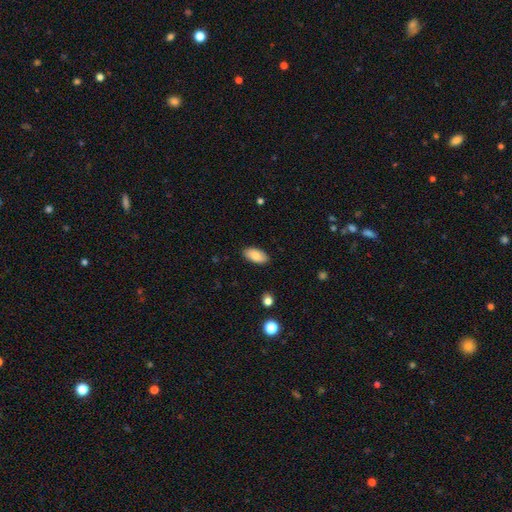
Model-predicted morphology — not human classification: This appears to be a smooth galaxy with no disk features (86%) that is in between round and cigar-shaped (94%). Merging: none (89%).